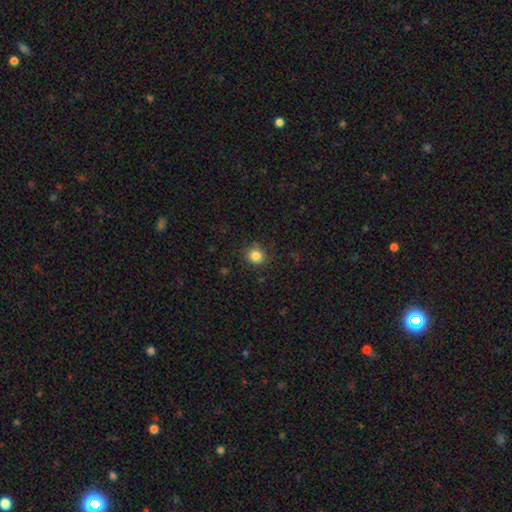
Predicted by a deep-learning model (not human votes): Smooth or featured? smooth (83%)
How rounded? round (87%)
Merging? none (85%)